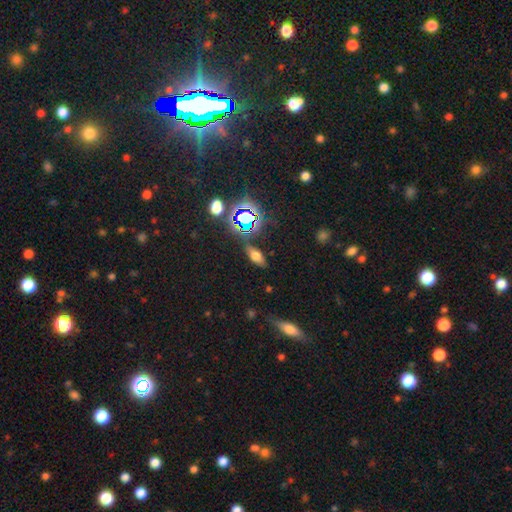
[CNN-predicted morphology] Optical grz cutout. It shows a smooth galaxy with no disk features (54%) that is in between round and cigar-shaped (71%). Merging: none (76%).